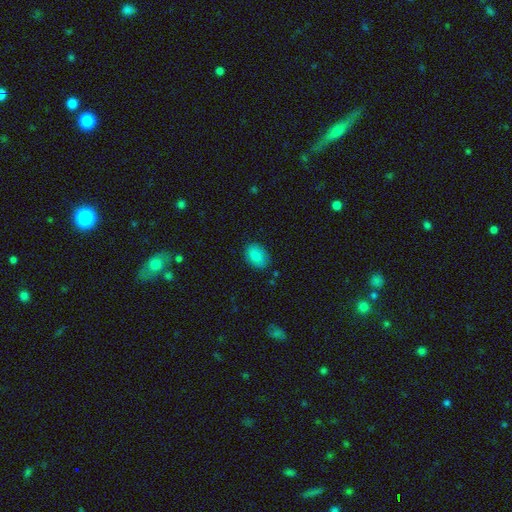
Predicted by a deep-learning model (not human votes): Q: Smooth or featured?
A: smooth (87%); runner-up: star or artifact (8%)
Q: How rounded?
A: in between (80%); runner-up: round (18%)
Q: Merging?
A: none (83%); runner-up: minor disturbance (13%)